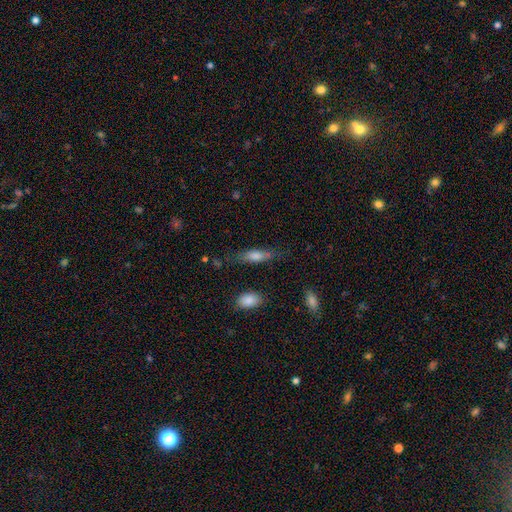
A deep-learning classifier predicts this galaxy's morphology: Smooth or featured: smooth — 63% (featured or disk — 28%)
How rounded: cigar-shaped — 60% (in between — 37%)
Merging: none — 72% (minor disturbance — 19%)